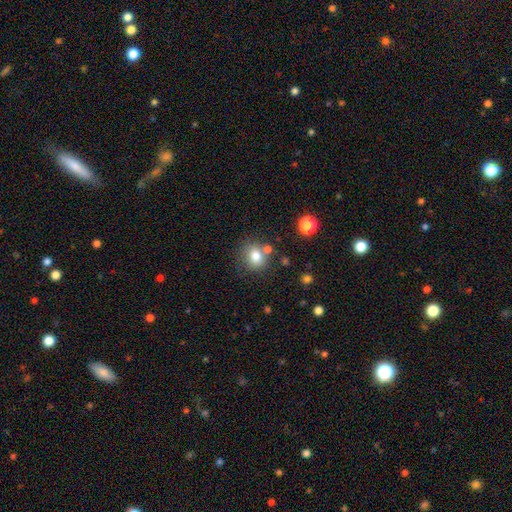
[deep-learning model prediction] Smooth or featured: smooth — 79% (star or artifact — 11%)
How rounded: round — 70% (in between — 29%)
Merging: none — 69% (merger — 14%)